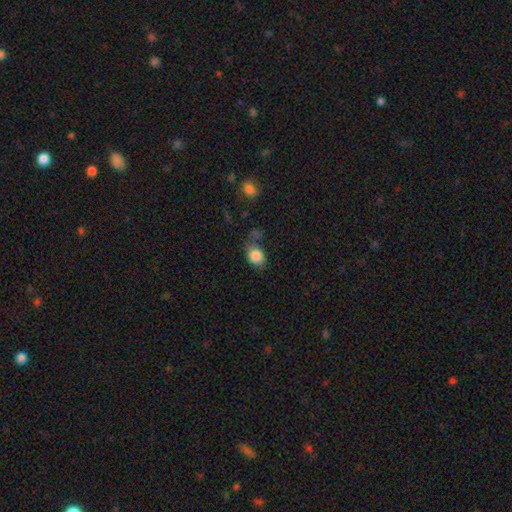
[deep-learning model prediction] This is clearly a smooth galaxy (85%). How rounded: possibly in between (60%). Merging: possibly none (58%).